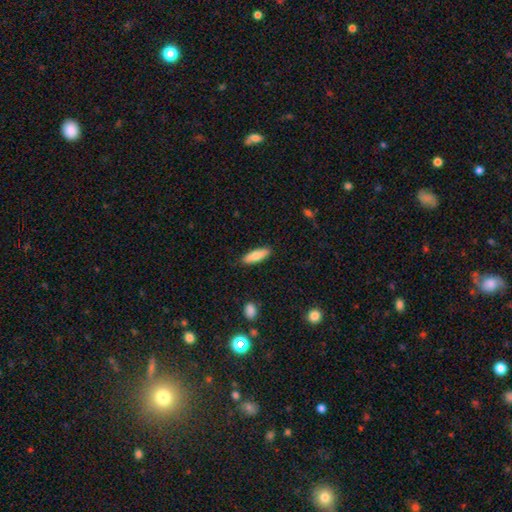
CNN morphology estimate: A smooth galaxy with no disk features (80%) that is in between round and cigar-shaped (49%, tied with cigar-shaped). Merging: none (88%).